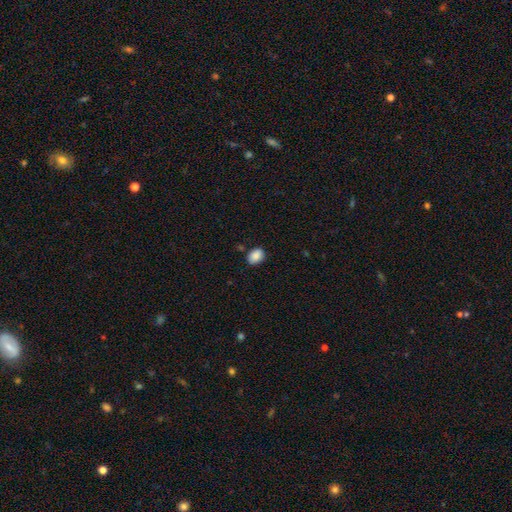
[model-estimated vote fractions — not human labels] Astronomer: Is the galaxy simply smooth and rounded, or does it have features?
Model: smooth — 88%.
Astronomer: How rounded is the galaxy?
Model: in between — 67%.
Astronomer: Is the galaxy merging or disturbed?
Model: none — 83%.